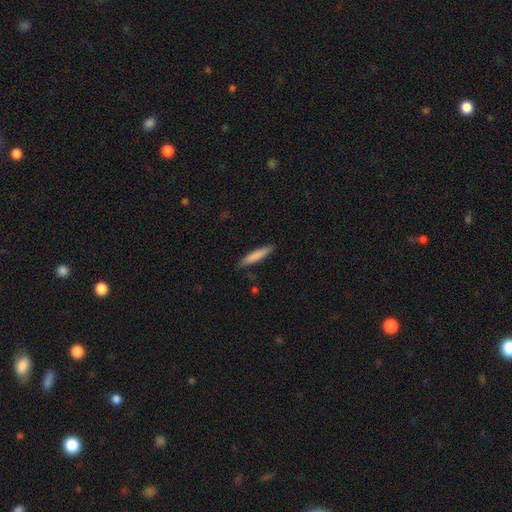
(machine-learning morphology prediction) smooth-or-featured: smooth: 80% | featured or disk: 14% | star or artifact: 6%
  how-rounded: cigar-shaped: 88% | in between: 10% | round: 1%
  merging: none: 86% | minor disturbance: 11% | major disturbance: 2% | merger: 1%